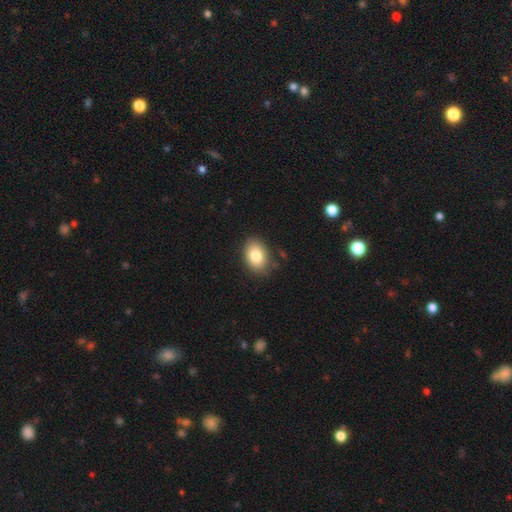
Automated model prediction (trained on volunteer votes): A smooth galaxy with no disk features (81%) that is in between round and cigar-shaped (81%).

Vote fractions:
- Smooth or featured? smooth: 81% / featured or disk: 11% / star or artifact: 8%
- How rounded? in between: 81% / round: 18% / cigar-shaped: 1%
- Merging? none: 81% / minor disturbance: 14% / major disturbance: 3% / merger: 2%